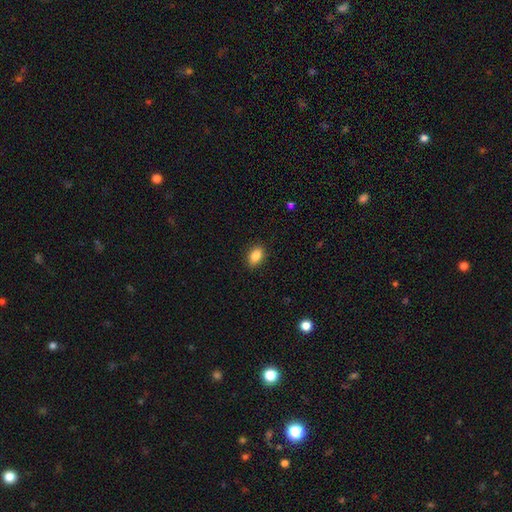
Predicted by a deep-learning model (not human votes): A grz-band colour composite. It shows a smooth galaxy with no disk features (86%) that is in between round and cigar-shaped (85%). Merging: none (88%).